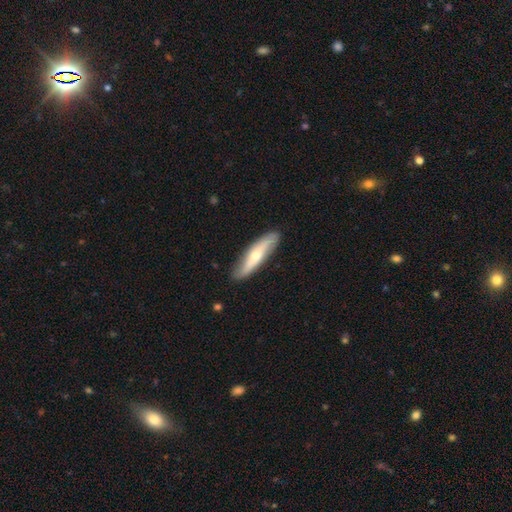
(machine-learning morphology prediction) Smooth or featured?
  - smooth: 49% *
  - featured or disk: 46%
  - star or artifact: 5%
Merging?
  - none: 85% *
  - minor disturbance: 12%
  - major disturbance: 2%
  - merger: 1%